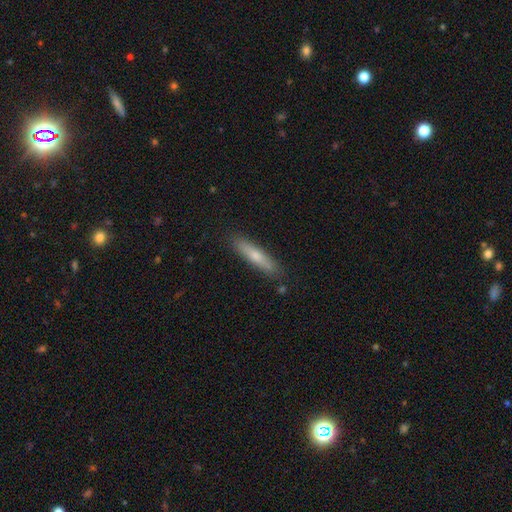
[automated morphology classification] smooth-or-featured: smooth: 65% | featured or disk: 29% | star or artifact: 6%
  how-rounded: cigar-shaped: 87% | in between: 11% | round: 1%
  merging: none: 86% | minor disturbance: 11% | major disturbance: 2% | merger: 2%